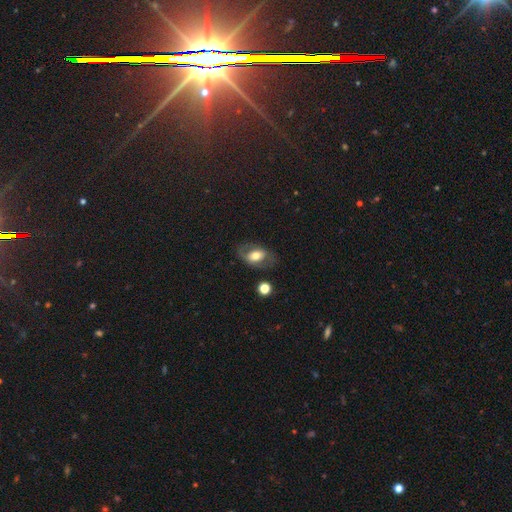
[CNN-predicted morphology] The model was most divided on "smooth or featured": smooth: 48%, featured or disk: 44%, star or artifact: 8%. More confident: merging — none (68%).